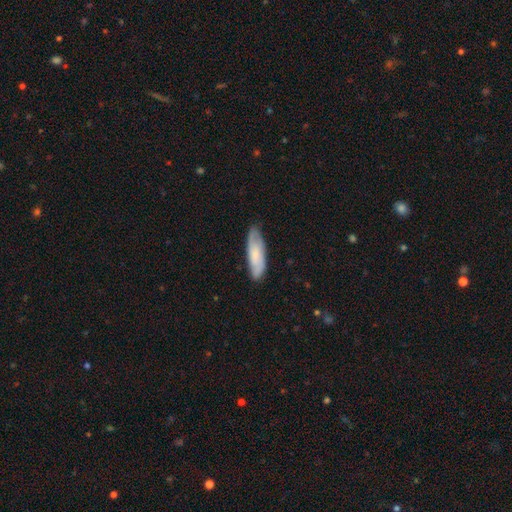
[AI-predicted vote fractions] smooth 61%, featured or disk 32%, star or artifact 6%. Down the decision tree: how rounded — in between (50%); merging — none (78%).